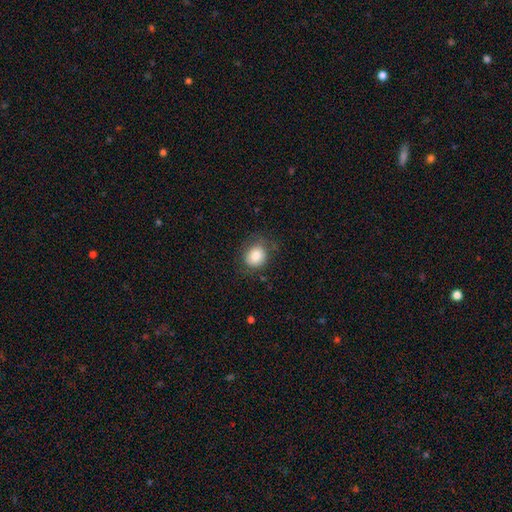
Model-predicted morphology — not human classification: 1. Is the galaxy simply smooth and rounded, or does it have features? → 80% smooth, 10% featured or disk, 9% star or artifact.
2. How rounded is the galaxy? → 76% round, 24% in between, 1% cigar-shaped.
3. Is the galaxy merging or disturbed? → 70% none, 21% minor disturbance, 7% major disturbance, 1% merger.